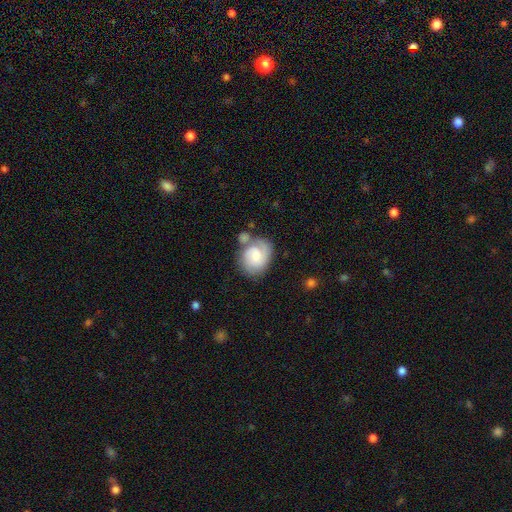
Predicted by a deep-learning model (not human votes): smooth-or-featured: featured or disk: 55% | smooth: 38% | star or artifact: 7%
  disk-edge-on: no: 97% | yes: 3%
    bar: no: 56% | weak: 38% | strong: 6%
    has-spiral-arms: yes: 88% | no: 12%
    bulge-size: moderate: 41% | small: 36% | large: 11% | none: 10% | dominant: 2%
  merging: none: 48% | minor disturbance: 21% | merger: 20% | major disturbance: 11%